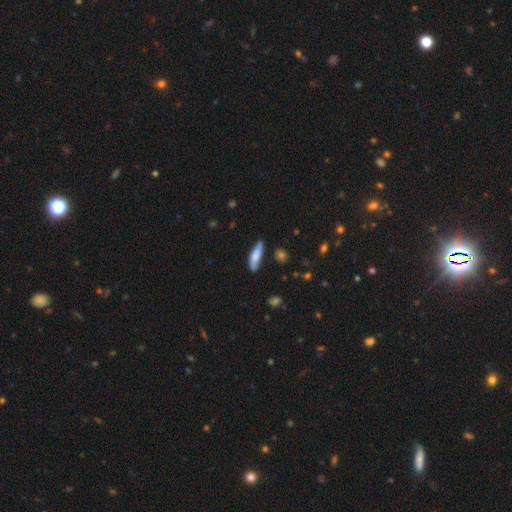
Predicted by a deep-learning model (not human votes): Smooth or featured: smooth — 73% (featured or disk — 21%)
How rounded: cigar-shaped — 69% (in between — 29%)
Merging: none — 70% (minor disturbance — 23%)